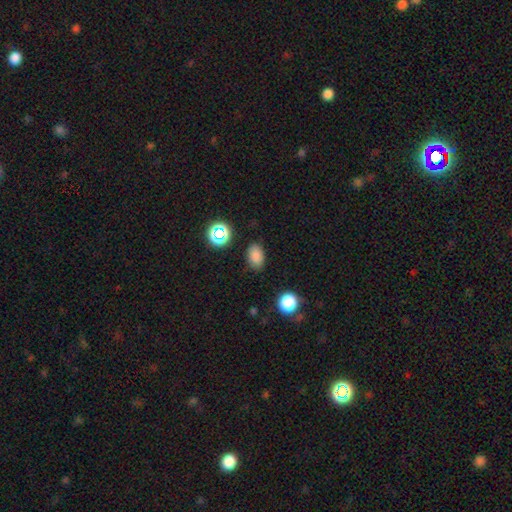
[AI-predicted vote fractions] A smooth galaxy with no disk features (82%) that is in between round and cigar-shaped (86%).

Vote fractions:
- Smooth or featured? smooth: 82% / star or artifact: 13% / featured or disk: 5%
- How rounded? in between: 86% / round: 13% / cigar-shaped: 1%
- Merging? none: 85% / minor disturbance: 11% / major disturbance: 3% / merger: 2%